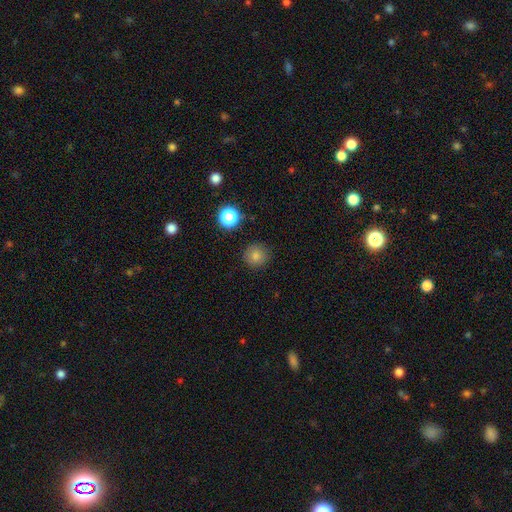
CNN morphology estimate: This is likely a smooth galaxy (80%). How rounded: clearly round (93%). Merging: clearly none (89%).